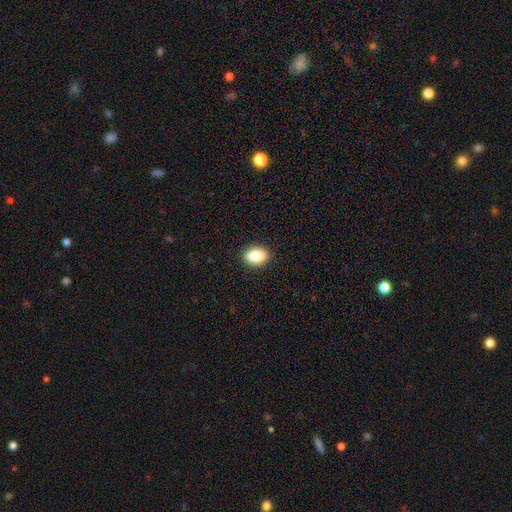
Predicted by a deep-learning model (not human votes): smooth_or_featured: smooth (p=0.83) [alt: featured or disk p=0.09]
how_rounded: in between (p=0.81) [alt: round p=0.16]
merging: none (p=0.90) [alt: minor disturbance p=0.07]